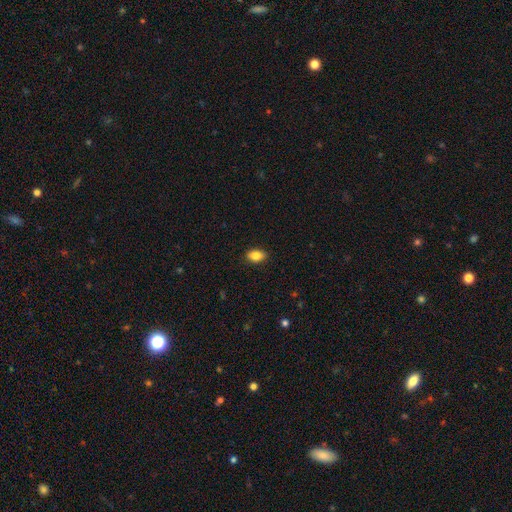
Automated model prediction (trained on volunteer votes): smooth-or-featured: smooth: 85% | star or artifact: 8% | featured or disk: 7%
  how-rounded: in between: 85% | round: 13% | cigar-shaped: 2%
  merging: none: 87% | minor disturbance: 10% | major disturbance: 2% | merger: 1%